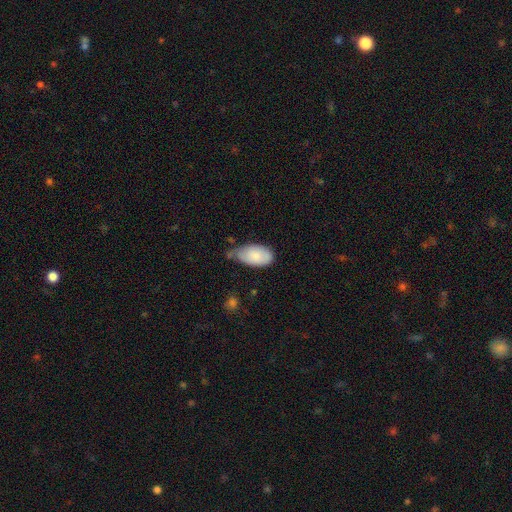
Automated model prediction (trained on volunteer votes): smooth-or-featured: smooth: 80% | featured or disk: 14% | star or artifact: 6%
  how-rounded: in between: 95% | round: 3% | cigar-shaped: 2%
  merging: minor disturbance: 46% | none: 36% | major disturbance: 13% | merger: 5%